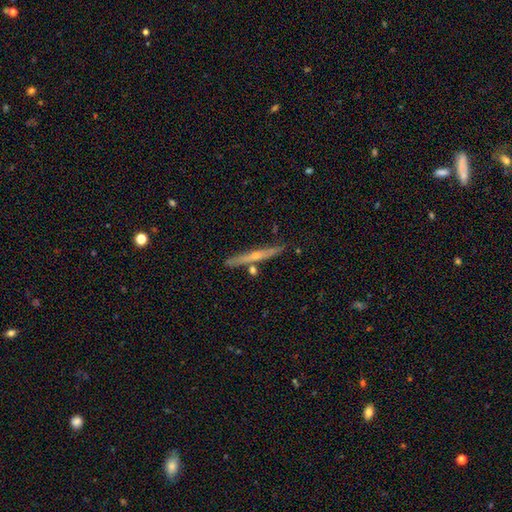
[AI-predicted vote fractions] smooth_or_featured: featured or disk (p=0.69) [alt: smooth p=0.25]
disk_edge_on: yes (p=0.96) [alt: no p=0.04]
edge_on_bulge: rounded (p=0.73) [alt: none p=0.24]
merging: none (p=0.85) [alt: minor disturbance p=0.09]